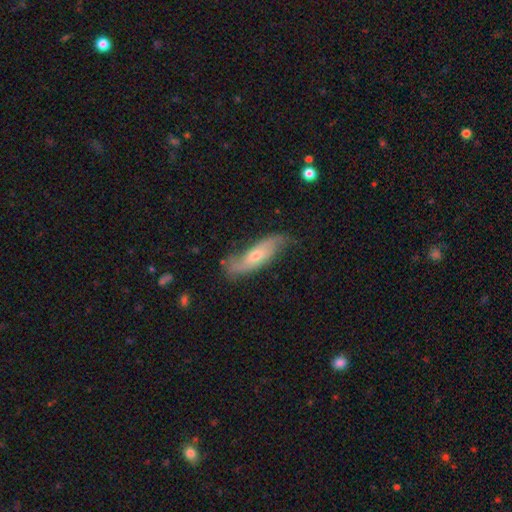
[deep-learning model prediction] Morphology: type=featured or disk (59%); edge-on=no (76%); merging=none (64%).